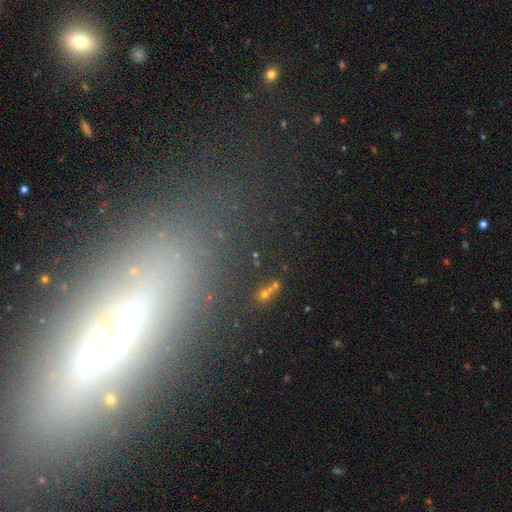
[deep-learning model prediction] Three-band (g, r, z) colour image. It shows a star or artifact, not a galaxy (47%).